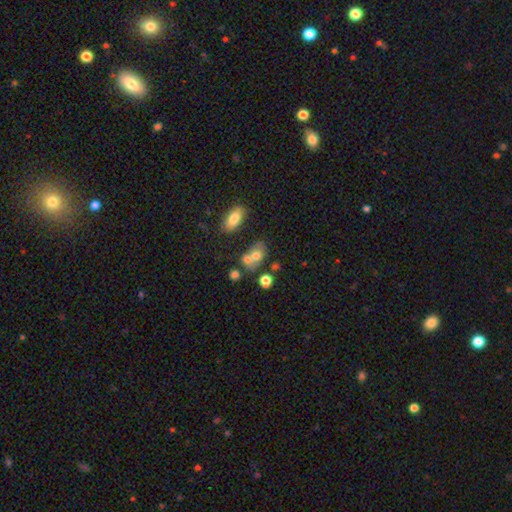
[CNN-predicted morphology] A smooth galaxy with no disk features (66%) that is in between round and cigar-shaped (70%). Merging: merger (48%).